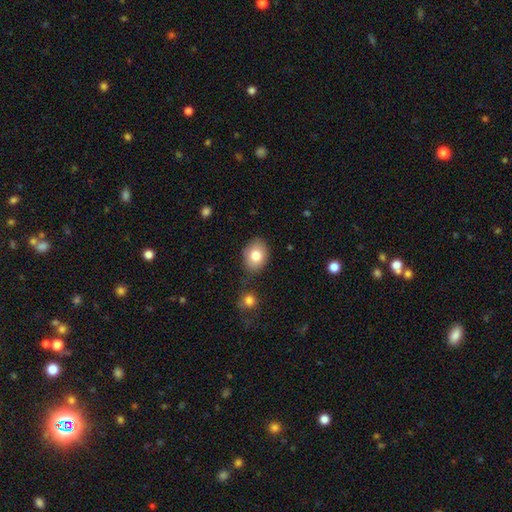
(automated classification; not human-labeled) Smooth or featured?
  - smooth: 80% *
  - featured or disk: 12%
  - star or artifact: 8%
How rounded?
  - in between: 66% *
  - round: 33%
  - cigar-shaped: 1%
Merging?
  - none: 75% *
  - minor disturbance: 15%
  - merger: 6%
  - major disturbance: 4%